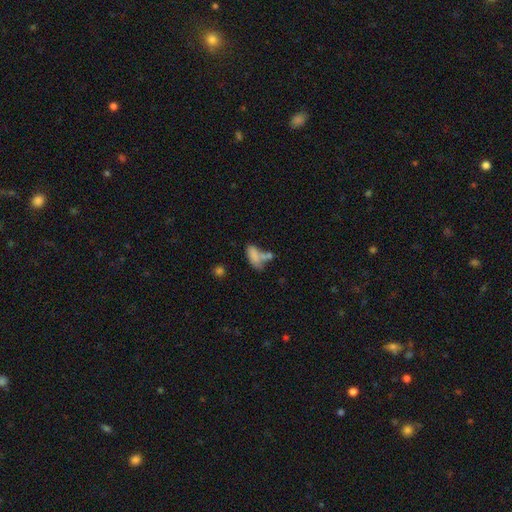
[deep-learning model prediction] Smooth or featured? Predicted: smooth (p=0.71). How rounded? Predicted: in between (p=0.83). Merging? Predicted: merger (p=0.37).